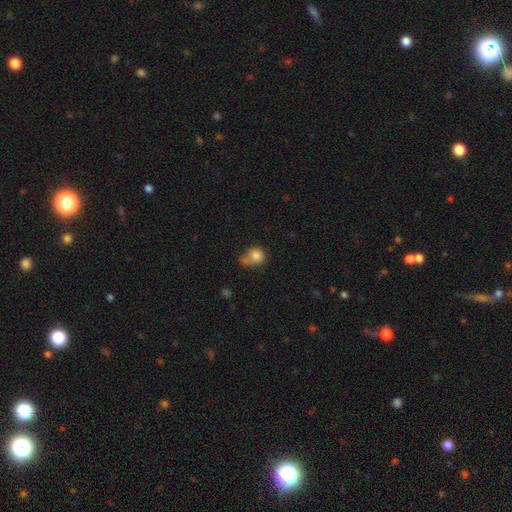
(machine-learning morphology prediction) The model was most divided on "merging": none: 40%, minor disturbance: 26%, merger: 21%, major disturbance: 13%. More confident: smooth or featured — smooth (81%); how rounded — round (75%).